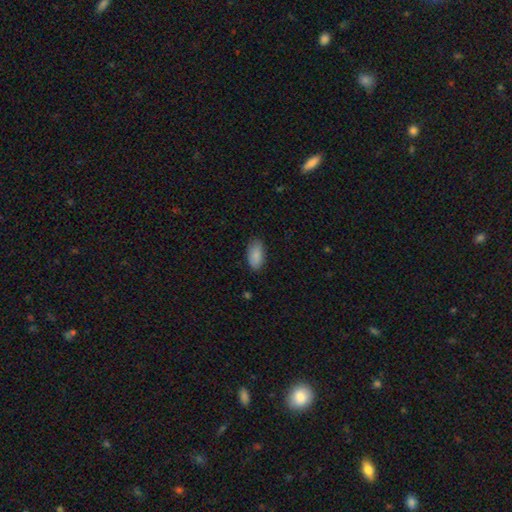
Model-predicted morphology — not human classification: A smooth galaxy with no disk features (88%) that is in between round and cigar-shaped (93%).

Vote fractions:
- Smooth or featured? smooth: 88% / star or artifact: 7% / featured or disk: 5%
- How rounded? in between: 93% / cigar-shaped: 4% / round: 3%
- Merging? none: 81% / minor disturbance: 15% / major disturbance: 3% / merger: 1%